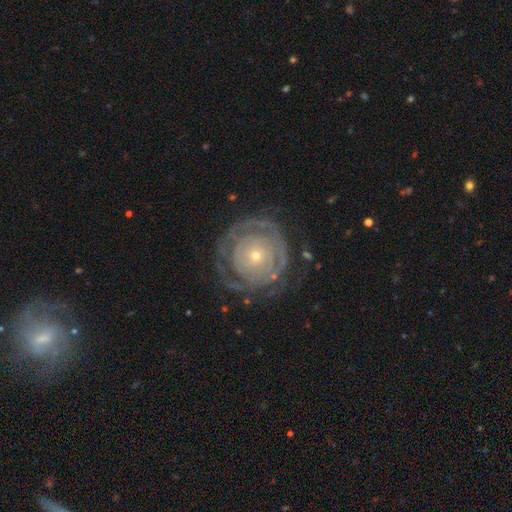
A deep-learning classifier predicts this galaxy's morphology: Q: Smooth or featured?
A: featured or disk (78%); runner-up: smooth (16%)
Q: Edge-on disk?
A: no (97%); runner-up: yes (3%)
Q: Bar?
A: no (84%); runner-up: weak (11%)
Q: Spiral arms?
A: yes (76%); runner-up: no (24%)
Q: Spiral winding?
A: tight (82%); runner-up: medium (13%)
Q: Spiral arm count?
A: can't tell (48%); runner-up: 2 (18%)
Q: Bulge size?
A: small (78%); runner-up: moderate (18%)
Q: Merging?
A: none (71%); runner-up: minor disturbance (16%)